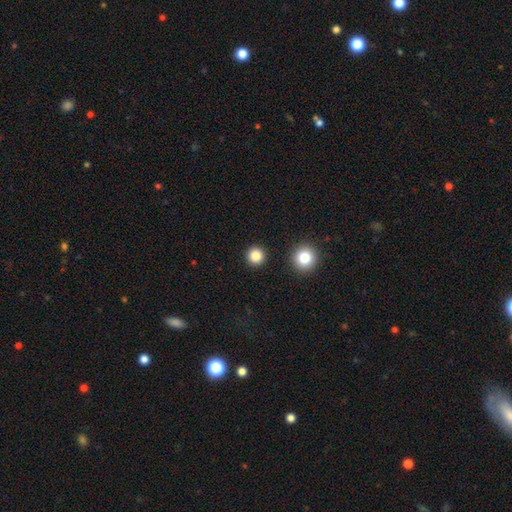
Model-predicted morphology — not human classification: Smooth or featured? smooth (82%)
How rounded? round (95%)
Merging? none (90%)